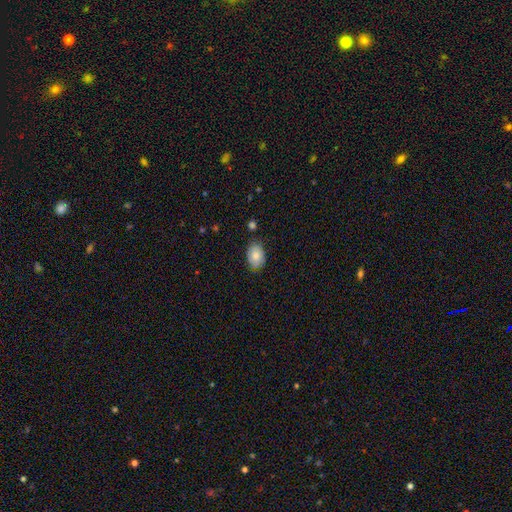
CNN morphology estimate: smooth_or_featured: smooth (p=0.79) [alt: featured or disk p=0.14]
how_rounded: in between (p=0.85) [alt: round p=0.13]
merging: none (p=0.77) [alt: minor disturbance p=0.18]